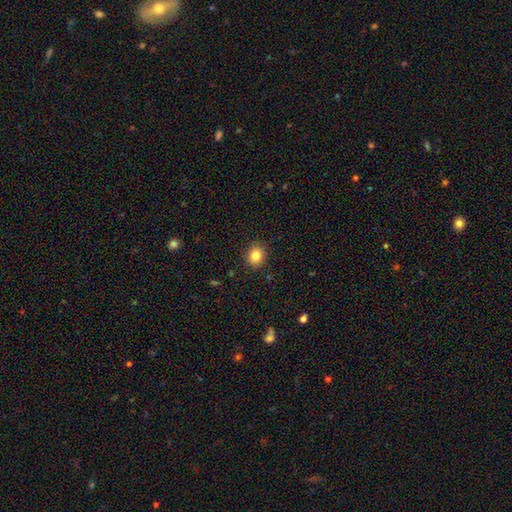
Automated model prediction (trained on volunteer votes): The model was most divided on "how rounded": round: 67%, in between: 32%, cigar-shaped: 1%. More confident: merging — none (89%); smooth or featured — smooth (84%).